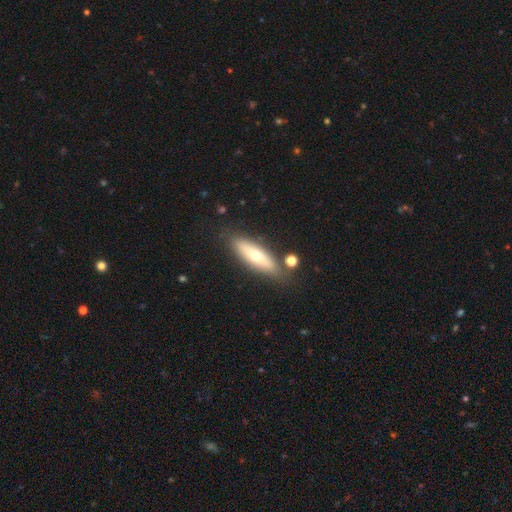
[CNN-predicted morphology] The model was most divided on "how rounded": cigar-shaped: 57%, in between: 40%, round: 2%. More confident: merging — none (81%); smooth or featured — smooth (56%).